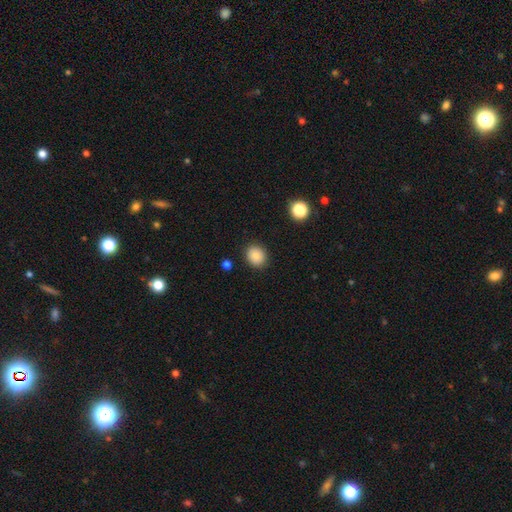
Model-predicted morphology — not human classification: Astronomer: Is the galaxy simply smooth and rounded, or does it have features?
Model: smooth — 87%.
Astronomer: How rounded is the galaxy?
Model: round — 74%.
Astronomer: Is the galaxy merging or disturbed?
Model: none — 89%.